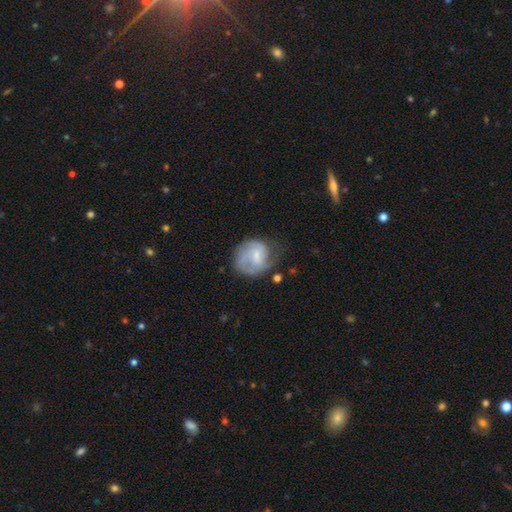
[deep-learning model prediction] Q: Smooth or featured?
A: featured or disk (57%); runner-up: smooth (36%)
Q: Edge-on disk?
A: no (98%); runner-up: yes (2%)
Q: Bar?
A: weak (48%); runner-up: no (43%)
Q: Spiral arms?
A: yes (76%); runner-up: no (24%)
Q: Bulge size?
A: small (47%); runner-up: moderate (29%)
Q: Merging?
A: none (47%); runner-up: minor disturbance (27%)